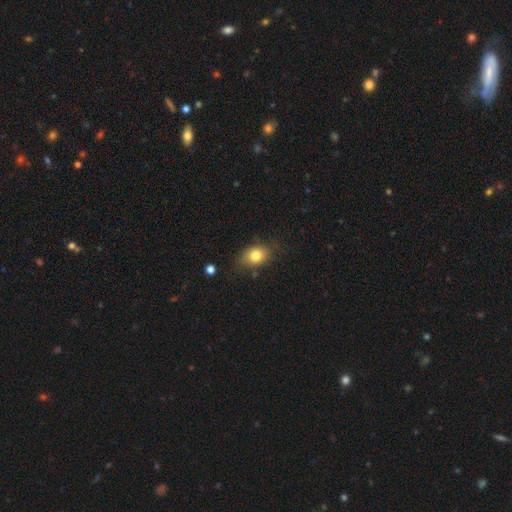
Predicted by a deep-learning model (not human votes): Smooth or featured: smooth — 78% (featured or disk — 11%)
How rounded: in between — 62% (round — 36%)
Merging: none — 72% (minor disturbance — 20%)